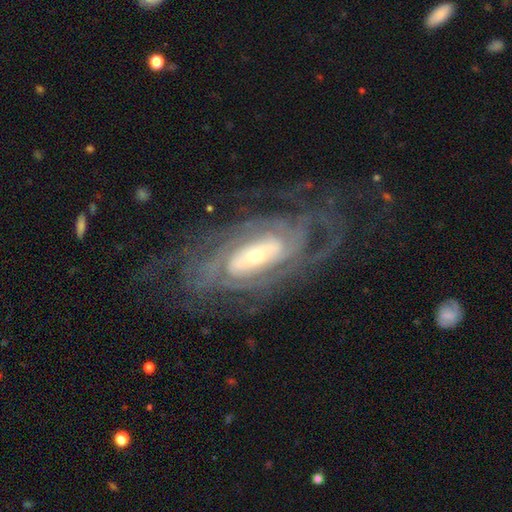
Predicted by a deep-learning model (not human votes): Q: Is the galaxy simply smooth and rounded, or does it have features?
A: featured or disk — 88%.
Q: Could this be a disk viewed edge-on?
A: no — 93%.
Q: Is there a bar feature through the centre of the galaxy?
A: no — 46%.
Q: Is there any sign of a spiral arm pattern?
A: yes — 94%.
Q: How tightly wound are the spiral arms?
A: tight — 65%.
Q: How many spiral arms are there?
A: can't tell — 37%.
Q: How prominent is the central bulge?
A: small — 50%.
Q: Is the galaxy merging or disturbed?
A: none — 68%.